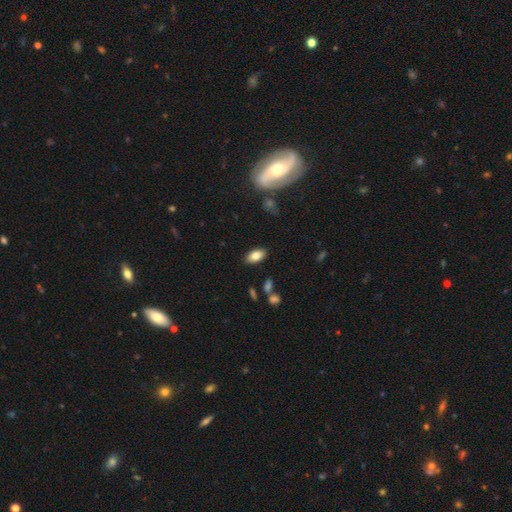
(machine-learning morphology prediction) smooth 82%, featured or disk 10%, star or artifact 8%. Down the decision tree: how rounded — in between (92%); merging — none (87%).